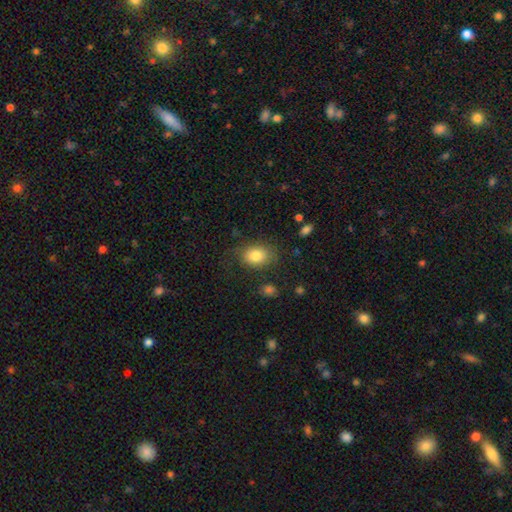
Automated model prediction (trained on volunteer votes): A smooth galaxy with no disk features (82%) that is in between round and cigar-shaped (72%).

Vote fractions:
- Smooth or featured? smooth: 82% / featured or disk: 9% / star or artifact: 9%
- How rounded? in between: 72% / round: 26% / cigar-shaped: 1%
- Merging? none: 73% / minor disturbance: 17% / major disturbance: 8% / merger: 2%